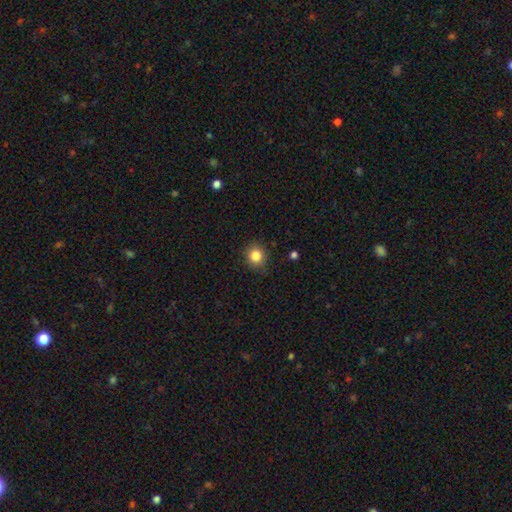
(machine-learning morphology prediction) A smooth galaxy with no disk features (84%) that is round (84%). Merging: none (86%).